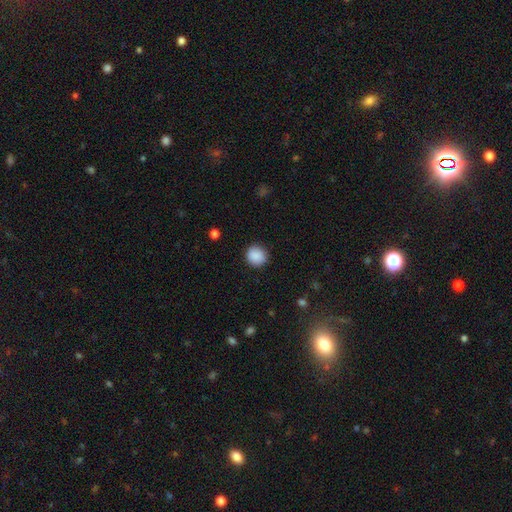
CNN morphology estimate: Smooth or featured?
  - smooth: 89% *
  - star or artifact: 8%
  - featured or disk: 3%
How rounded?
  - round: 90% *
  - in between: 9%
  - cigar-shaped: 1%
Merging?
  - none: 89% *
  - minor disturbance: 8%
  - major disturbance: 2%
  - merger: 1%